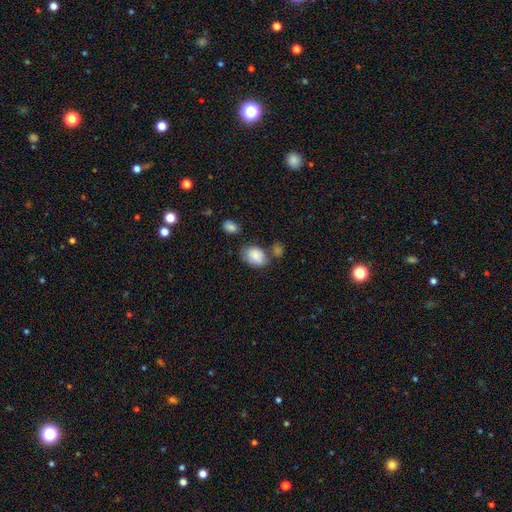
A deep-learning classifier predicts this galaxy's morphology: smooth_or_featured: smooth (p=0.80) [alt: featured or disk p=0.12]
how_rounded: in between (p=0.79) [alt: round p=0.19]
merging: none (p=0.47) [alt: minor disturbance p=0.26]